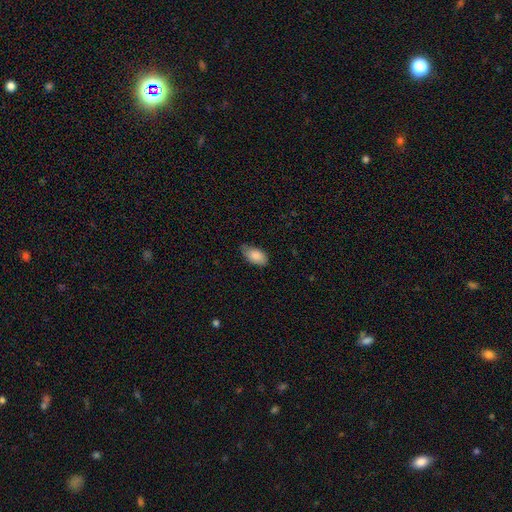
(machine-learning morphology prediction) This is clearly a smooth galaxy (86%). How rounded: clearly in between (93%). Merging: likely none (63%).